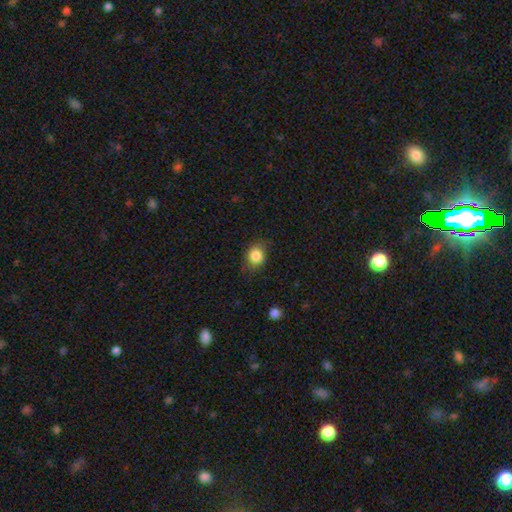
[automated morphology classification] This is clearly a smooth galaxy (84%). How rounded: likely round (64%). Merging: likely none (74%).